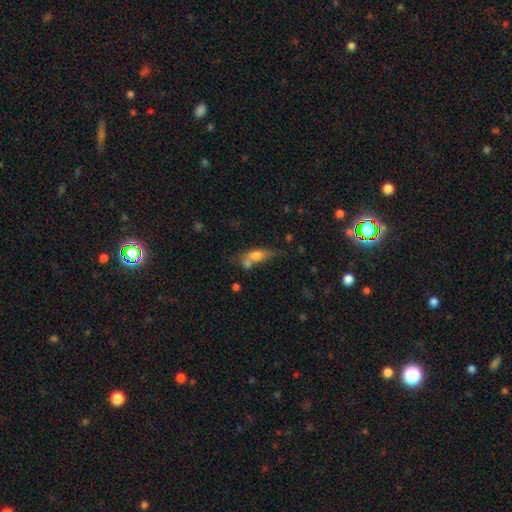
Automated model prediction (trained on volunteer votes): Overall: smooth (63%; featured or disk 27%). How rounded: in between (60%; cigar-shaped 32%). Merging: merger (35%; none 34%).